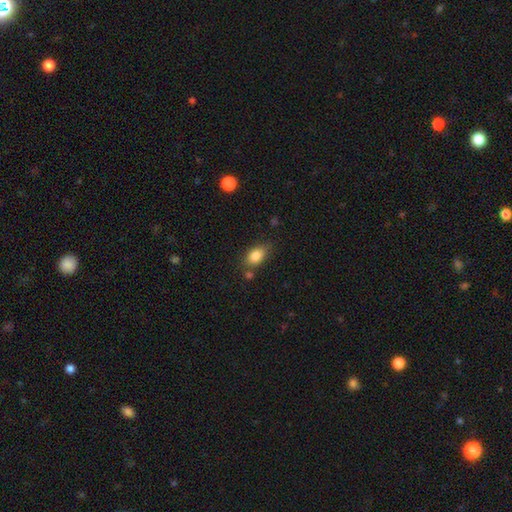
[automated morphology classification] Smooth or featured? Predicted: smooth (p=0.84). How rounded? Predicted: in between (p=0.84). Merging? Predicted: none (p=0.69).